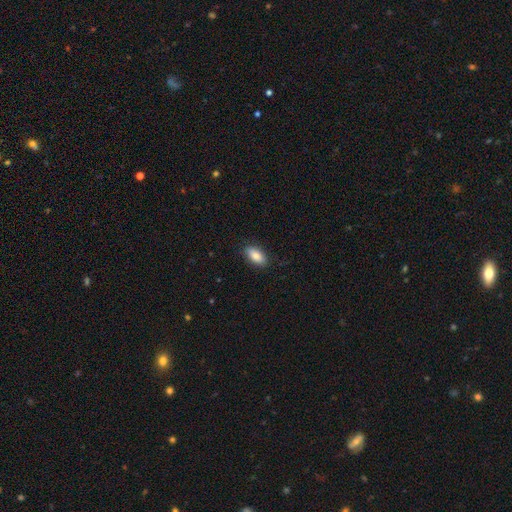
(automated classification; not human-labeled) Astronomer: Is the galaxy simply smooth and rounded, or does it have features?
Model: smooth — 84%.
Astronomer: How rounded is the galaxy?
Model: in between — 90%.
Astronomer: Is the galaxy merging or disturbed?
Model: none — 87%.